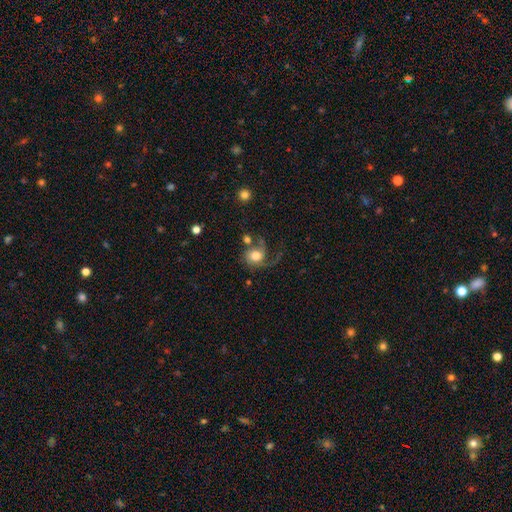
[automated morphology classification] Q: Smooth or featured?
A: featured or disk (51%); runner-up: smooth (41%)
Q: Edge-on disk?
A: no (97%); runner-up: yes (3%)
Q: Merging?
A: none (36%); runner-up: major disturbance (35%)